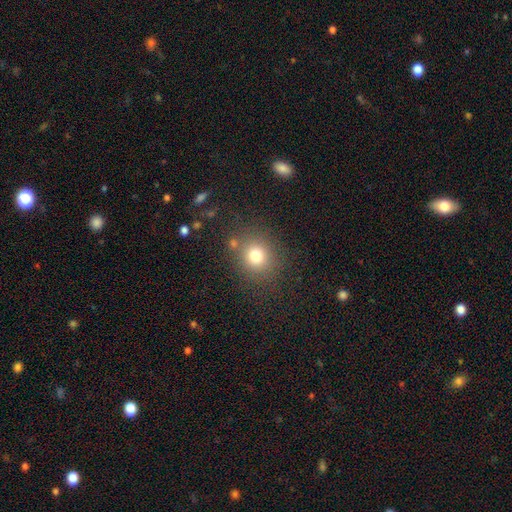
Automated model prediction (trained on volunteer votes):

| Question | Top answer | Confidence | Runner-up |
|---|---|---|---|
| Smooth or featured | smooth | 77% | star or artifact (15%) |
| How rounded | round | 83% | in between (16%) |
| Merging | none | 79% | minor disturbance (10%) |